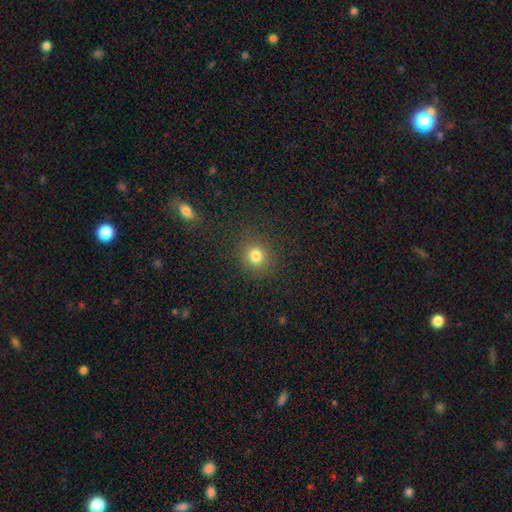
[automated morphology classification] Overall: smooth (79%). How rounded: round (82%). Merging: none (87%).